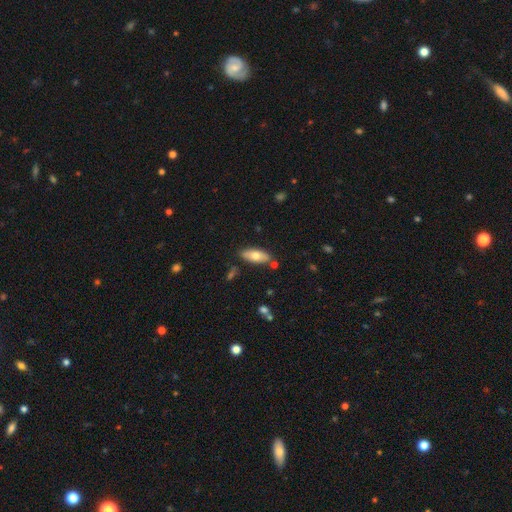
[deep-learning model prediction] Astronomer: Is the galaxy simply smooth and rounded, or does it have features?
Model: smooth — 70%.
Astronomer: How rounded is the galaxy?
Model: in between — 81%.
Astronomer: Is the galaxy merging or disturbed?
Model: none — 81%.